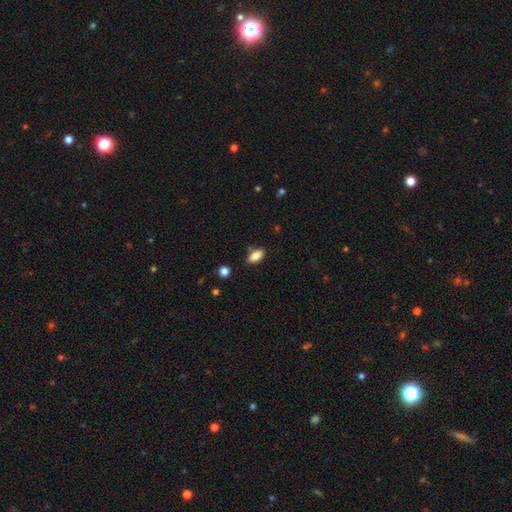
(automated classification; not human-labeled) Q: Smooth or featured?
A: smooth (85%); runner-up: star or artifact (8%)
Q: How rounded?
A: in between (90%); runner-up: cigar-shaped (6%)
Q: Merging?
A: none (79%); runner-up: minor disturbance (14%)